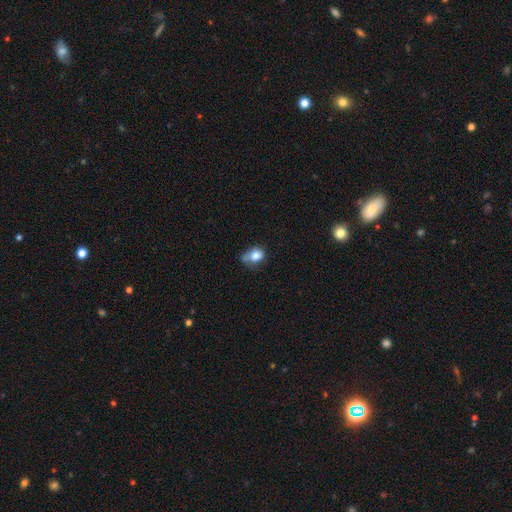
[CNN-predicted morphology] This appears to be a smooth galaxy with no disk features (78%) that is in between round and cigar-shaped (51%). Merging: none (36%).